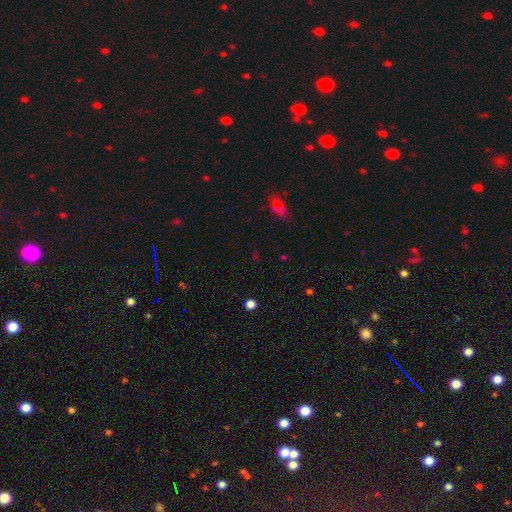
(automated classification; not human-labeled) This appears to be a star or artifact, not a galaxy (48%).